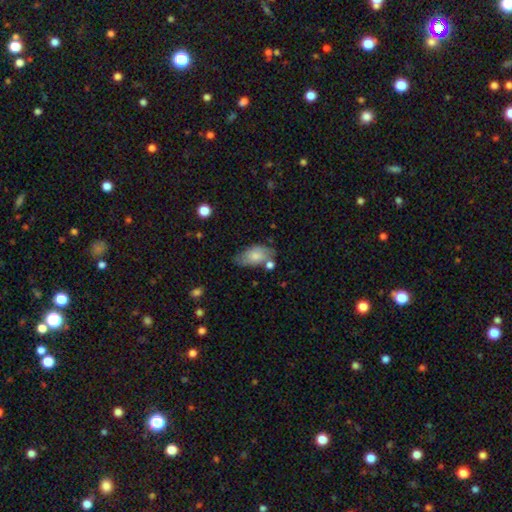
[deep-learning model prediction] Overall: smooth (67%). How rounded: in between (92%). Merging: none (54%; minor disturbance 26%).